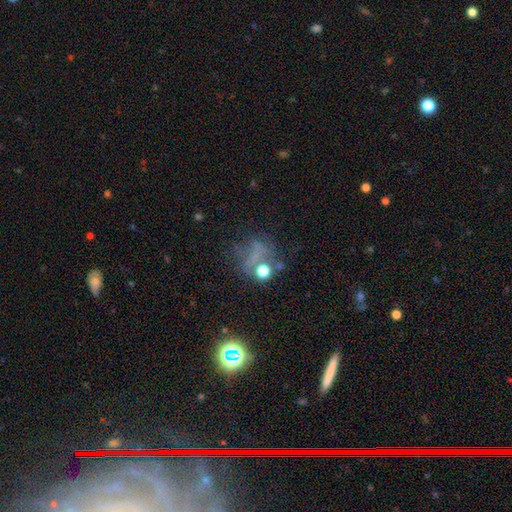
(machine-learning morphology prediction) This appears to be a star or artifact, not a galaxy (42%).